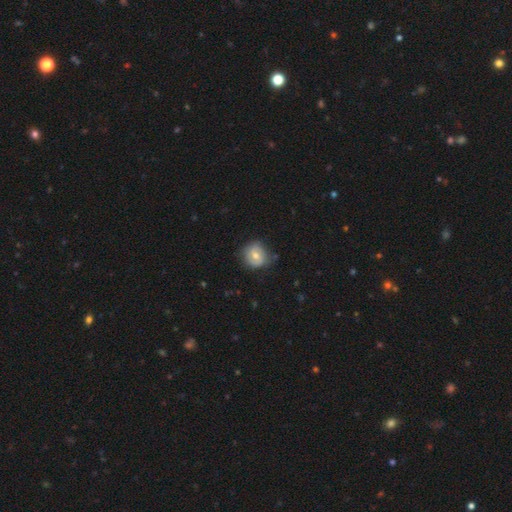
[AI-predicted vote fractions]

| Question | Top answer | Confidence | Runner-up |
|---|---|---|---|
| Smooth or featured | smooth | 59% | featured or disk (34%) |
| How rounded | round | 83% | in between (16%) |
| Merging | none | 71% | minor disturbance (22%) |